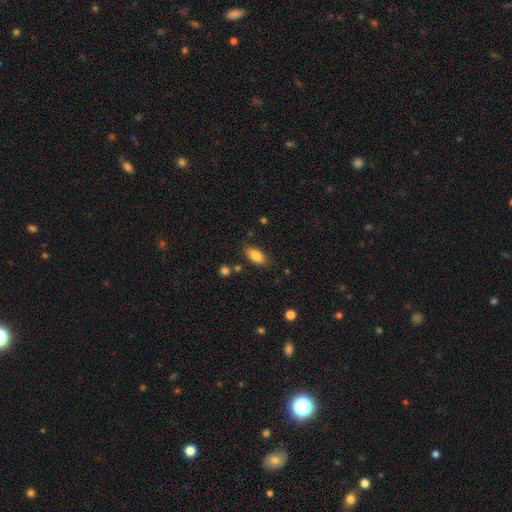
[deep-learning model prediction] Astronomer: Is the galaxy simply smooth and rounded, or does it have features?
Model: smooth — 83%.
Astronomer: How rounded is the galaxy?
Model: in between — 89%.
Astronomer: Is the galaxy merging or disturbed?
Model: none — 80%.